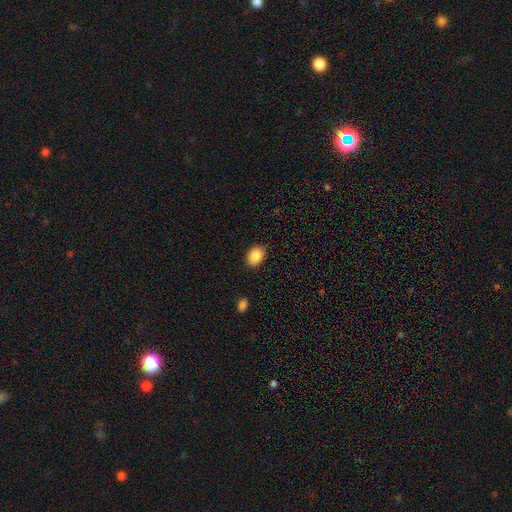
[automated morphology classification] Smooth or featured? Predicted: smooth (p=0.87). How rounded? Predicted: in between (p=0.73). Merging? Predicted: none (p=0.88).